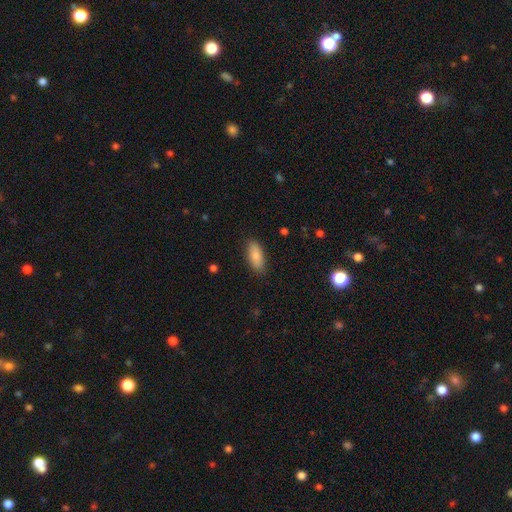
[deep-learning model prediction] Smooth or featured? smooth (83%)
How rounded? in between (81%)
Merging? none (86%)